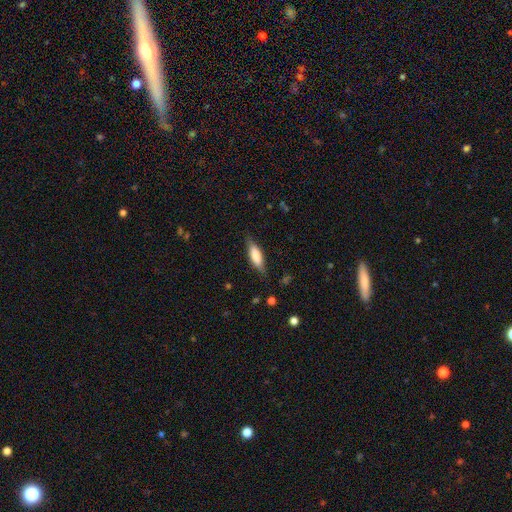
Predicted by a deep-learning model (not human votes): Smooth or featured?
  - smooth: 69% *
  - featured or disk: 25%
  - star or artifact: 6%
How rounded?
  - in between: 50% *
  - cigar-shaped: 49%
  - round: 2%
Merging?
  - none: 80% *
  - minor disturbance: 15%
  - major disturbance: 4%
  - merger: 1%